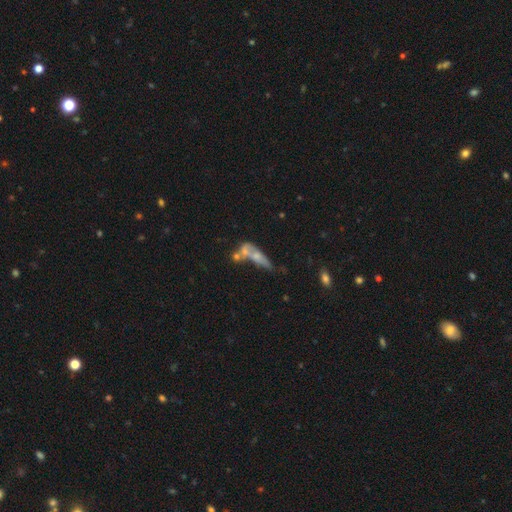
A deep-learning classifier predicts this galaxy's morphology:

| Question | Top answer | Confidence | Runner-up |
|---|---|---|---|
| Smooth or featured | smooth | 48% | featured or disk (41%) |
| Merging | merger | 49% | none (22%) |